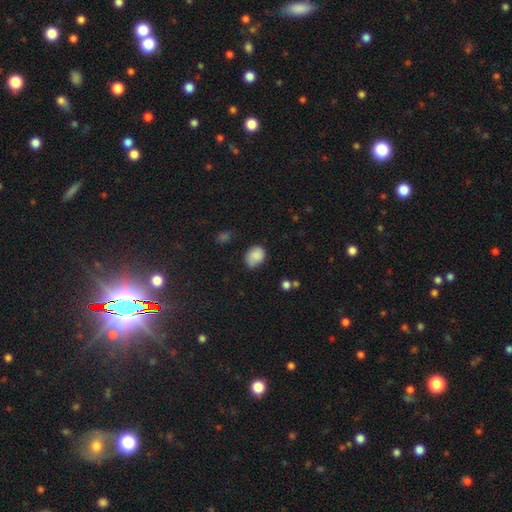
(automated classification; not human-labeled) smooth 83%, star or artifact 9%, featured or disk 8%. Down the decision tree: how rounded — in between (61%); merging — none (54%).